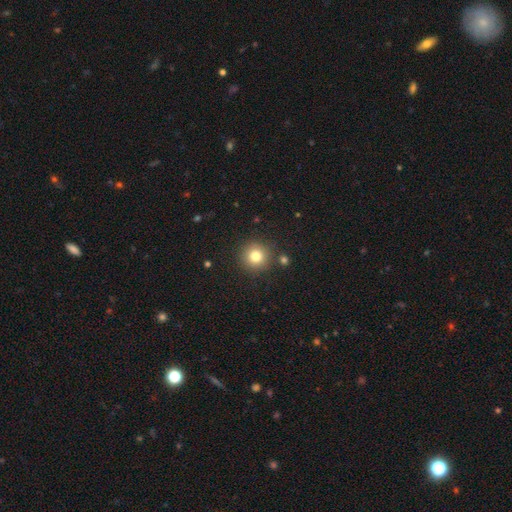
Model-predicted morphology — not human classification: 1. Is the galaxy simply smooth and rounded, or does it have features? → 80% smooth, 12% star or artifact, 8% featured or disk.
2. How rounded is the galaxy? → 95% round, 5% in between, 1% cigar-shaped.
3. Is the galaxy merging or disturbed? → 87% none, 7% minor disturbance, 3% merger, 2% major disturbance.